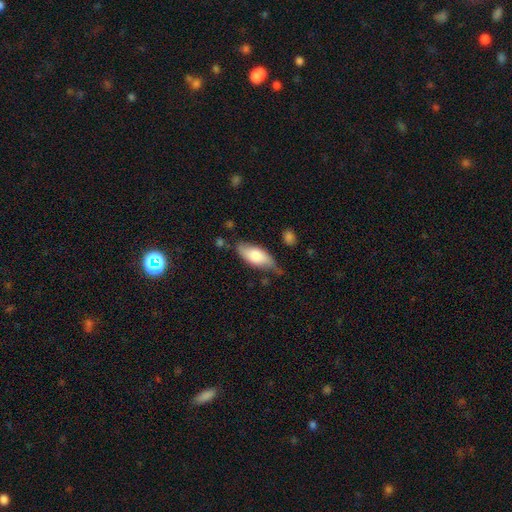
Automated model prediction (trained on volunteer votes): The model was most divided on "merging": none: 59%, minor disturbance: 31%, major disturbance: 7%, merger: 4%. More confident: how rounded — in between (82%); smooth or featured — smooth (72%).